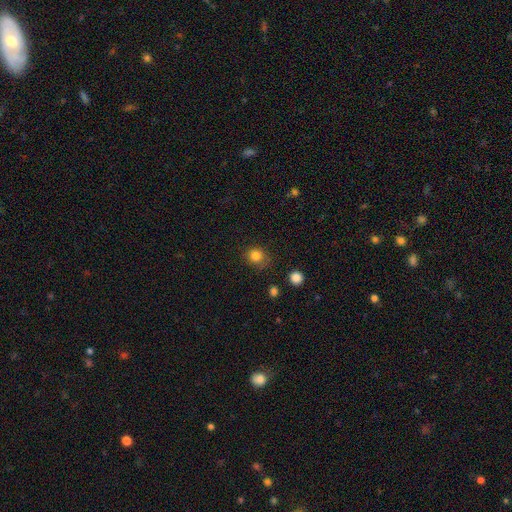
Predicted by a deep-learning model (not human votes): Smooth or featured? smooth (83%)
How rounded? round (86%)
Merging? none (78%)